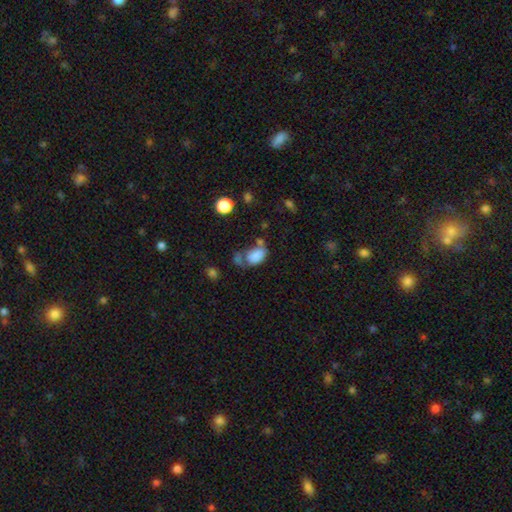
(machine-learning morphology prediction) Smooth or featured? smooth (81%)
How rounded? in between (86%)
Merging? none (37%)